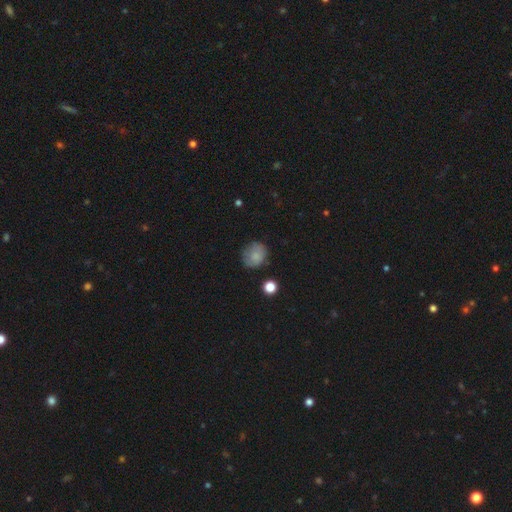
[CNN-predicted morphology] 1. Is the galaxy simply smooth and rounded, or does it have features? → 79% smooth, 12% featured or disk, 9% star or artifact.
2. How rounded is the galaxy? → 70% round, 29% in between, 1% cigar-shaped.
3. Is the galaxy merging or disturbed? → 69% none, 22% minor disturbance, 6% major disturbance, 2% merger.